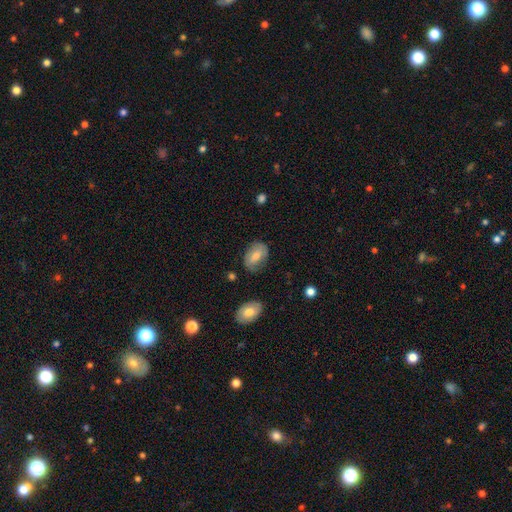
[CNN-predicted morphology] The model was most divided on "smooth or featured": smooth: 64%, featured or disk: 28%, star or artifact: 7%. More confident: how rounded — in between (83%); merging — none (71%).